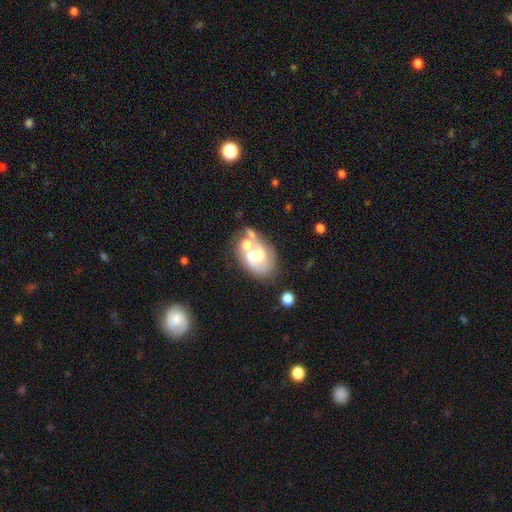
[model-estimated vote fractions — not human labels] Smooth or featured?
  - featured or disk: 64% *
  - smooth: 28%
  - star or artifact: 8%
Edge-on disk?
  - no: 97% *
  - yes: 3%
Bar?
  - no: 50% *
  - weak: 38%
  - strong: 12%
Spiral arms?
  - yes: 79% *
  - no: 21%
Bulge size?
  - moderate: 44% *
  - large: 22%
  - small: 20%
  - none: 11%
  - dominant: 4%
Merging?
  - none: 39% *
  - merger: 30%
  - minor disturbance: 18%
  - major disturbance: 13%